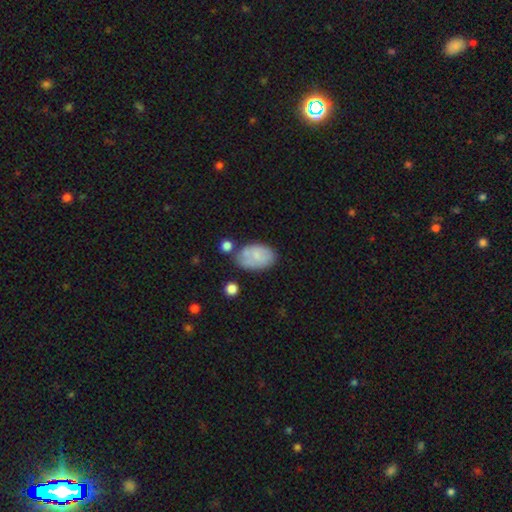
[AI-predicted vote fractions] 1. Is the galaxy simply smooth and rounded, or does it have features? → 67% smooth, 26% featured or disk, 8% star or artifact.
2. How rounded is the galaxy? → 91% in between, 8% round, 1% cigar-shaped.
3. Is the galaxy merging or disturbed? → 53% none, 26% minor disturbance, 13% merger, 8% major disturbance.